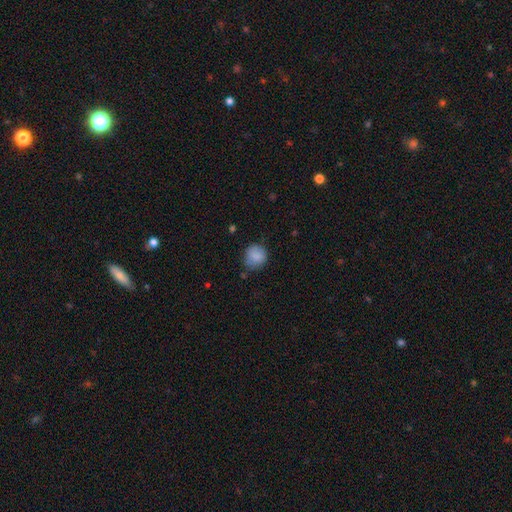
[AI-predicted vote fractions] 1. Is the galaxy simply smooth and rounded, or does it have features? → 84% smooth, 8% star or artifact, 7% featured or disk.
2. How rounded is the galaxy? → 84% round, 15% in between, 1% cigar-shaped.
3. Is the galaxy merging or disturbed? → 71% none, 22% minor disturbance, 5% major disturbance, 2% merger.